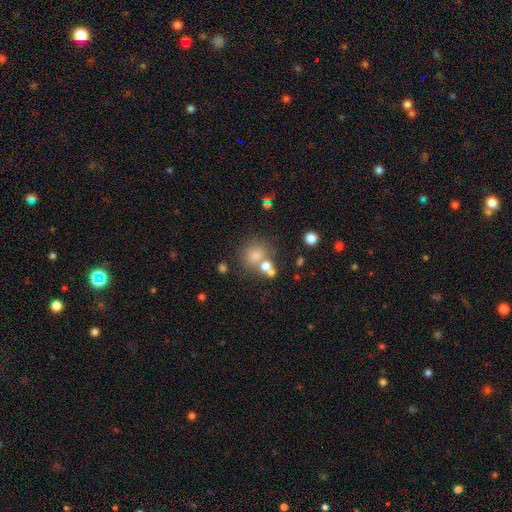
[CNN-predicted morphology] A smooth galaxy with no disk features (68%) that is round (81%). Merging: none (63%).